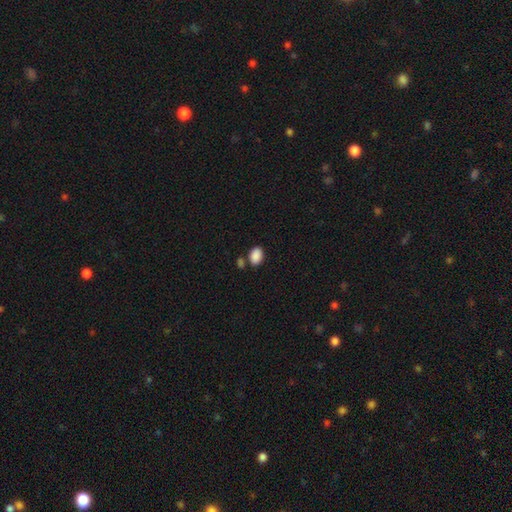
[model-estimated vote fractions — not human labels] A smooth galaxy with no disk features (89%) that is in between round and cigar-shaped (82%). Merging: none (72%).